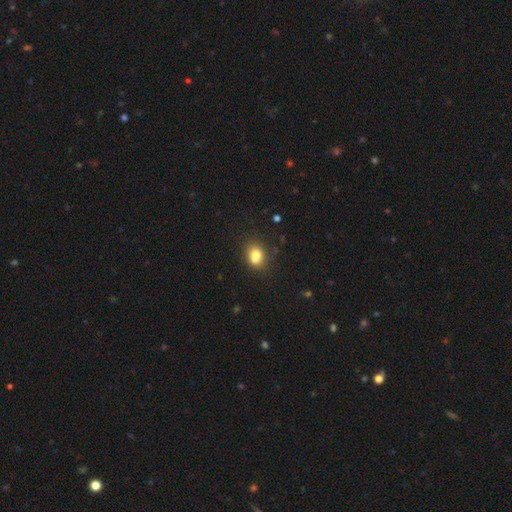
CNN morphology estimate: This is likely a smooth galaxy (77%). How rounded: possibly in between (55%). Merging: possibly none (53%).